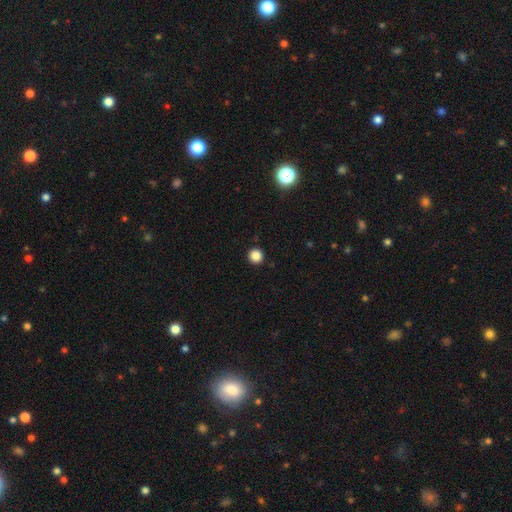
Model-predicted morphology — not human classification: The model was most divided on "smooth or featured": smooth: 86%, star or artifact: 11%, featured or disk: 3%. More confident: how rounded — round (96%); merging — none (94%).